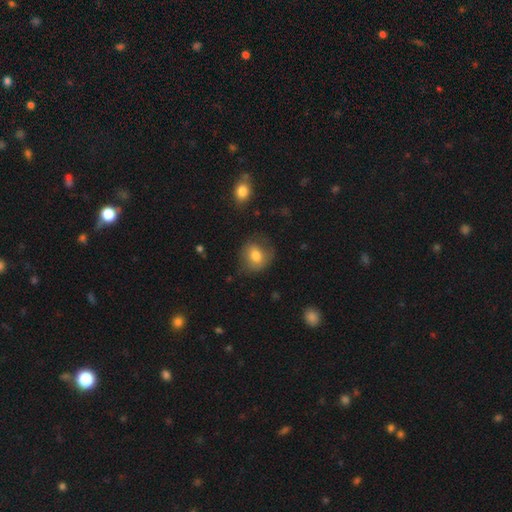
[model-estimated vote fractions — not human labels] This appears to be a smooth galaxy with no disk features (73%) that is round (64%). Merging: none (64%).